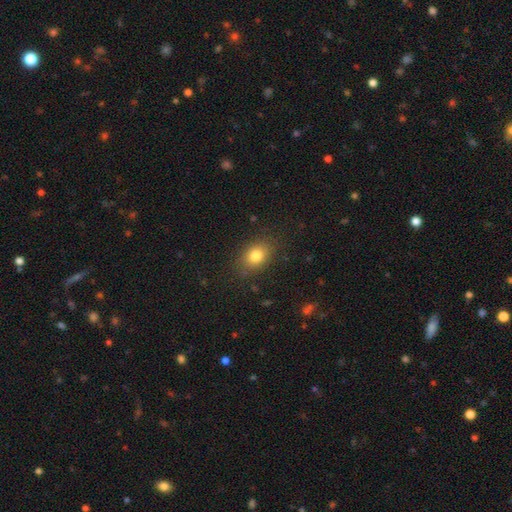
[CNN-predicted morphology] Q: Smooth or featured?
A: smooth (80%); runner-up: star or artifact (11%)
Q: How rounded?
A: in between (69%); runner-up: round (29%)
Q: Merging?
A: none (83%); runner-up: minor disturbance (12%)